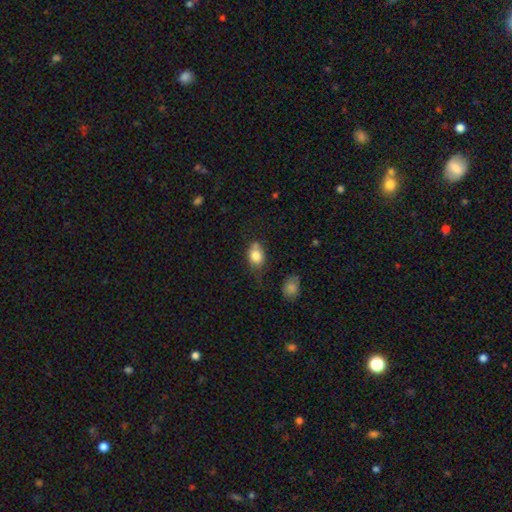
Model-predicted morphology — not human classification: This is clearly a smooth galaxy (80%). How rounded: likely in between (64%). Merging: possibly none (47%).